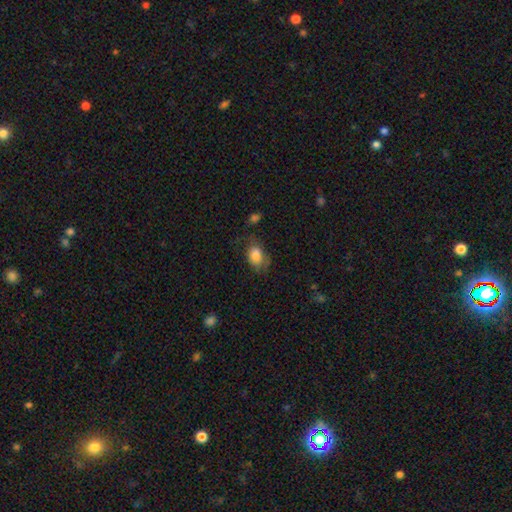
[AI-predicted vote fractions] Smooth or featured?
  - smooth: 80% *
  - featured or disk: 13%
  - star or artifact: 8%
How rounded?
  - in between: 83% *
  - round: 15%
  - cigar-shaped: 1%
Merging?
  - none: 49% *
  - minor disturbance: 30%
  - major disturbance: 18%
  - merger: 3%